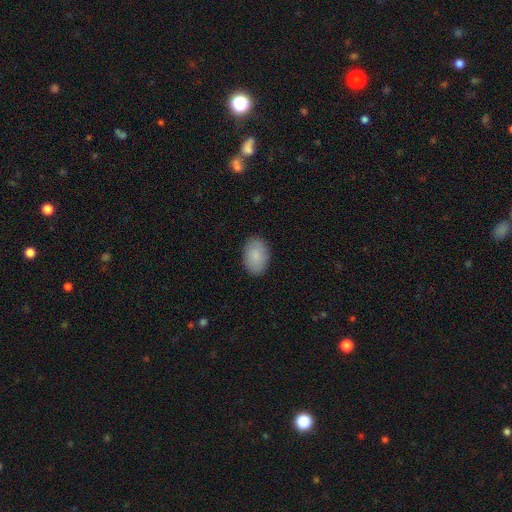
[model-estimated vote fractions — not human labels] Morphology: type=smooth (87%); roundness=in between (87%); merging=none (88%).